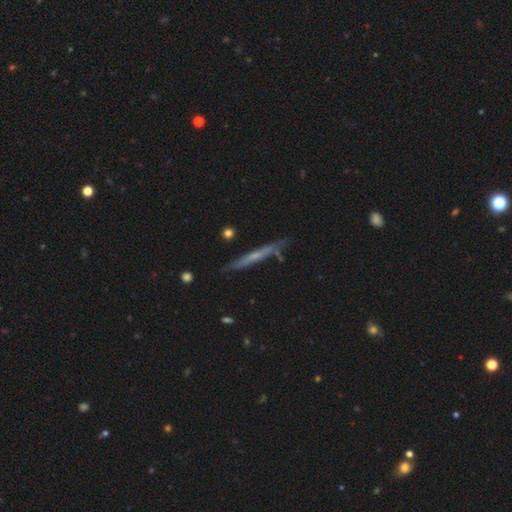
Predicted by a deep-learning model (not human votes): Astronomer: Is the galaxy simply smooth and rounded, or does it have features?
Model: featured or disk — 51% (runner-up: smooth, 40%).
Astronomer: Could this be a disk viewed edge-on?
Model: yes — 90%.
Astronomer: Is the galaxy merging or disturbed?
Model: none — 75%.